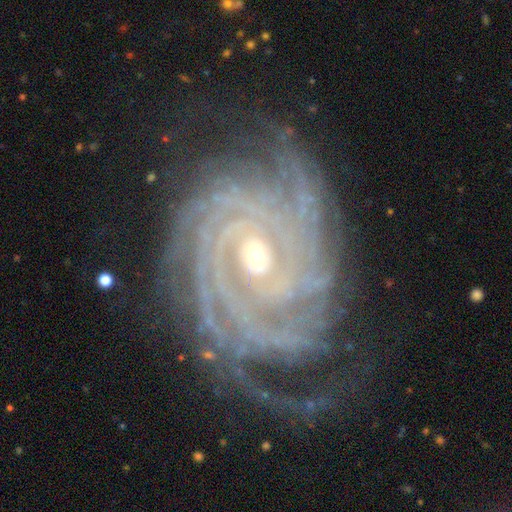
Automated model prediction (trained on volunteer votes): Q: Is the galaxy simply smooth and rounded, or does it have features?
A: featured or disk — 93%.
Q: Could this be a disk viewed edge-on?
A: no — 97%.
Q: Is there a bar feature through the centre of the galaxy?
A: no — 41%.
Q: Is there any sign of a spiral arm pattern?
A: yes — 99%.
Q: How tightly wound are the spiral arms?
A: tight — 84%.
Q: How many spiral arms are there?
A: more than 4 — 25%, tied with 4.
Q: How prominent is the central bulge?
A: small — 49%.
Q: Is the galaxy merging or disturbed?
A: none — 72%.